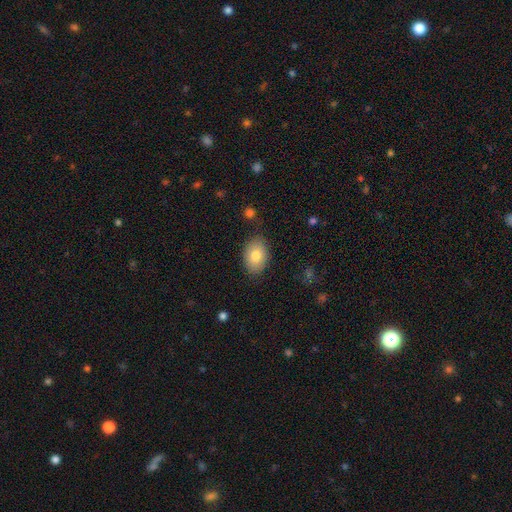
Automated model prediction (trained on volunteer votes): Smooth or featured? smooth (82%)
How rounded? in between (86%)
Merging? none (81%)